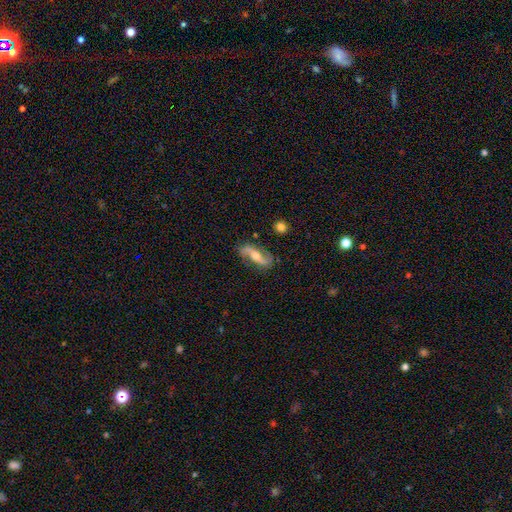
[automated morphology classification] smooth-or-featured: featured or disk: 85% | smooth: 10% | star or artifact: 6%
  disk-edge-on: no: 91% | yes: 9%
    bar: no: 39% | weak: 33% | strong: 28%
    has-spiral-arms: yes: 96% | no: 4%
      spiral-winding: loose: 71% | medium: 22% | tight: 7%
      spiral-arm-count: 2: 93% | can't tell: 2% | 1: 2% | 3: 1% | 4: 1% | more than 4: 1%
    bulge-size: moderate: 62% | small: 27% | large: 7% | none: 3% | dominant: 1%
  merging: none: 81% | minor disturbance: 12% | major disturbance: 4% | merger: 2%